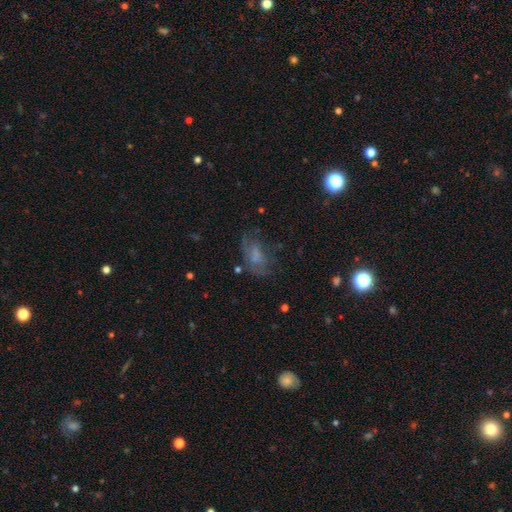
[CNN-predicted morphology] smooth-or-featured: smooth: 47% | featured or disk: 38% | star or artifact: 15%
  merging: none: 43% | major disturbance: 28% | minor disturbance: 25% | merger: 4%